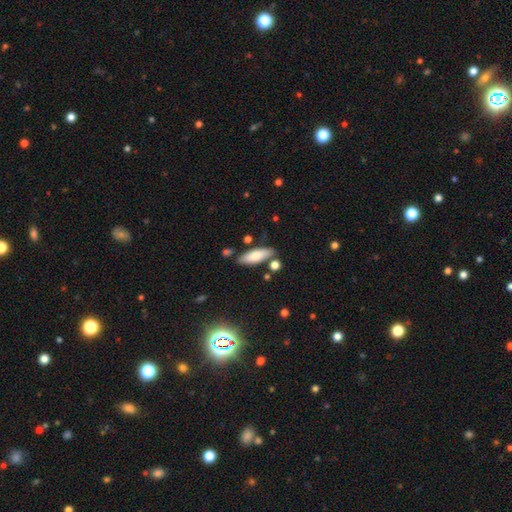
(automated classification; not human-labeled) Q: Smooth or featured?
A: smooth (78%); runner-up: featured or disk (15%)
Q: How rounded?
A: in between (60%); runner-up: cigar-shaped (38%)
Q: Merging?
A: none (77%); runner-up: minor disturbance (13%)